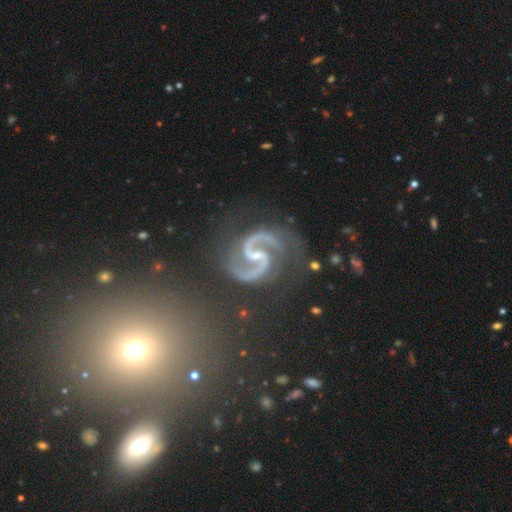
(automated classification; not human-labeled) This is clearly a featured or disk galaxy (93%). It is clearly not viewed edge-on (98%). Bar: marginally weak (43%). Spiral arm pattern: clearly yes (99%). Spiral arm count: clearly 2 (95%). Spiral winding: likely medium (68%). Central bulge: likely small (64%). Merging: likely none (75%).